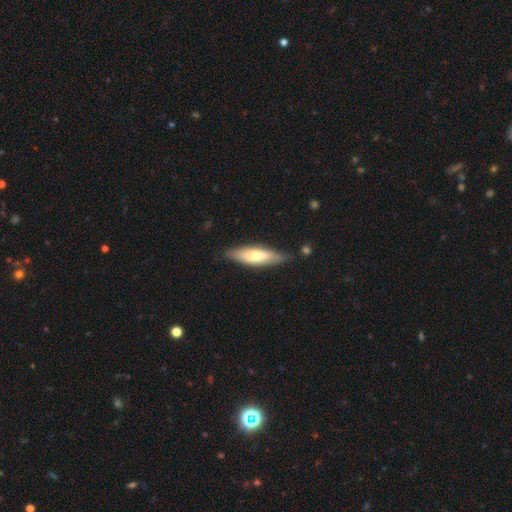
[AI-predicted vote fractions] This appears to be a smooth galaxy with no disk features (58%) that is cigar-shaped (58%). Merging: none (79%).